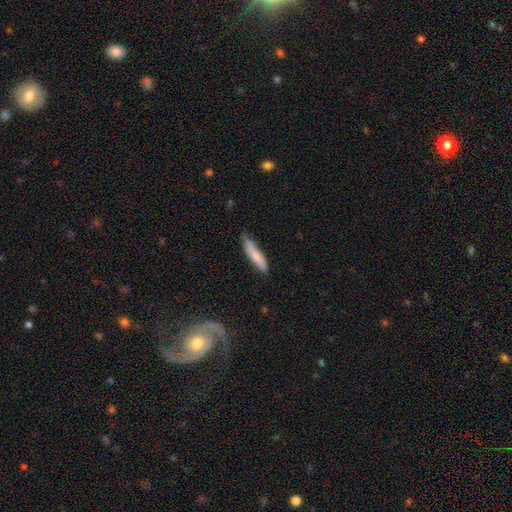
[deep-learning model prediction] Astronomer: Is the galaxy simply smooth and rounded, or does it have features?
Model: smooth — 79%.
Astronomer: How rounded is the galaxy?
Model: cigar-shaped — 82%.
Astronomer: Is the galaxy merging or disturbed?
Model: none — 73%.